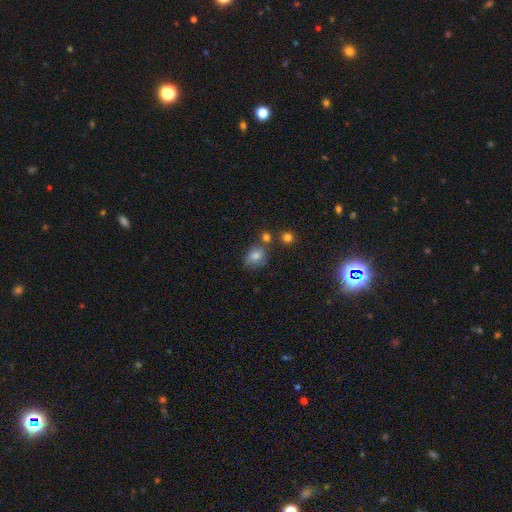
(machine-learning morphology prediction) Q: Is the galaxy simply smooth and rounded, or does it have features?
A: smooth — 70%.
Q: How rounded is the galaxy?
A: round — 55%.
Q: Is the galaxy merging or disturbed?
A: none — 64%.